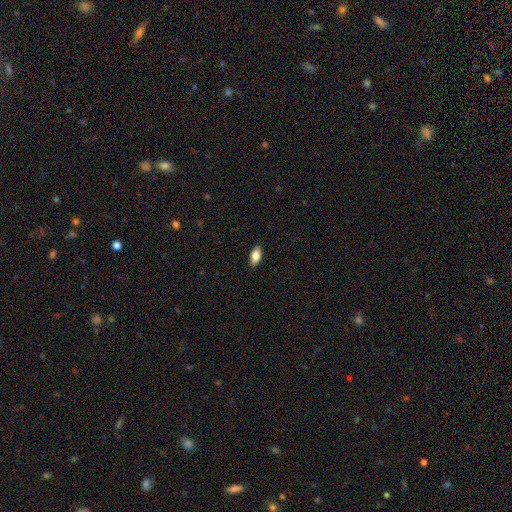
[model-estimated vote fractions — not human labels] Smooth or featured? Predicted: smooth (p=0.82). How rounded? Predicted: in between (p=0.88). Merging? Predicted: none (p=0.89).